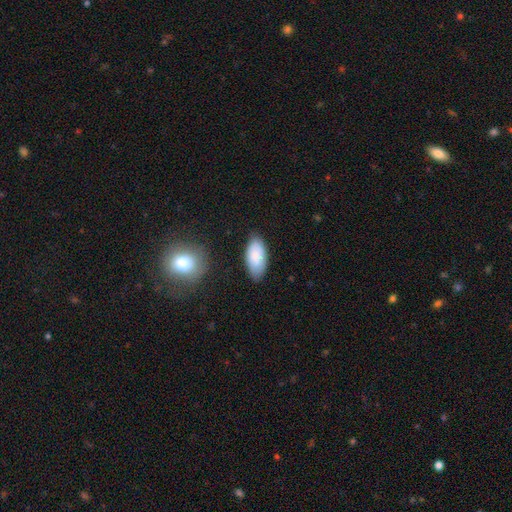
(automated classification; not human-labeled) Q: Smooth or featured?
A: smooth (86%); runner-up: featured or disk (8%)
Q: How rounded?
A: in between (93%); runner-up: cigar-shaped (5%)
Q: Merging?
A: none (81%); runner-up: minor disturbance (14%)